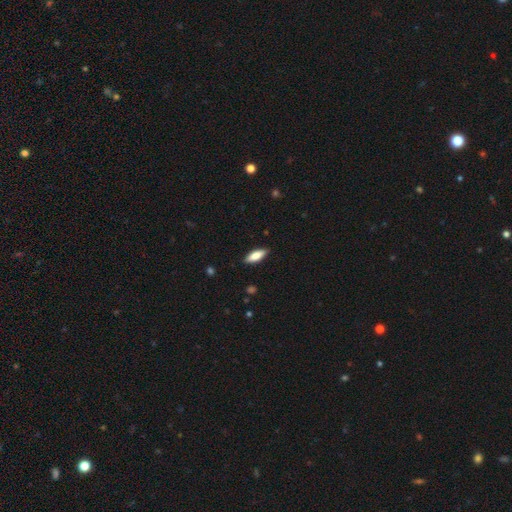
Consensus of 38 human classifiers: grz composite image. It shows a smooth galaxy with no disk features (87%) that is in between round and cigar-shaped (67%). Merging: none (92%).